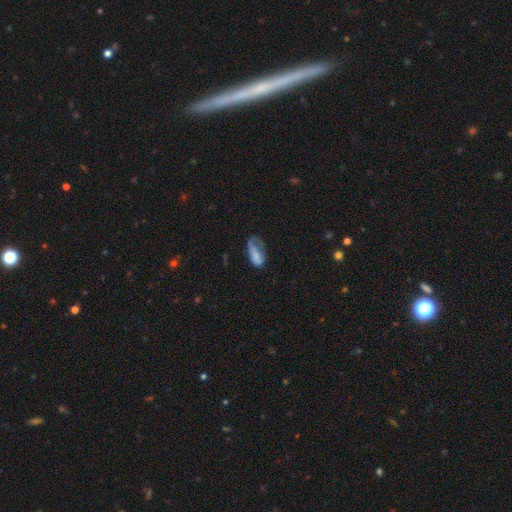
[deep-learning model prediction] Morphology: type=smooth (64%); roundness=in between (89%); merging=major disturbance (39%).